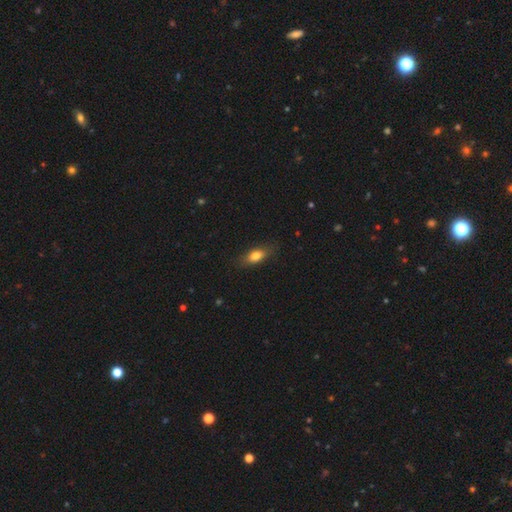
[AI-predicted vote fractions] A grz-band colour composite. It shows a smooth galaxy with no disk features (77%) that is in between round and cigar-shaped (75%). Merging: none (81%).